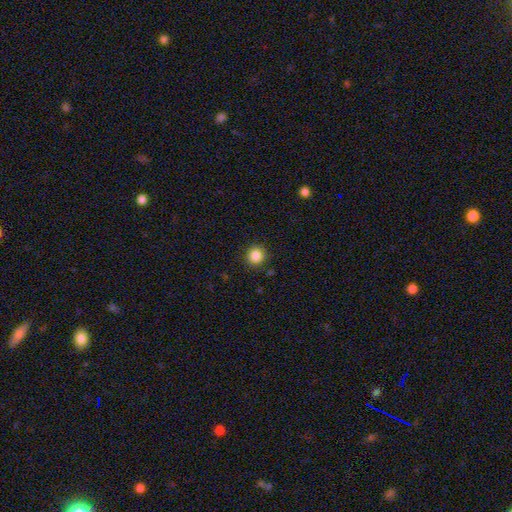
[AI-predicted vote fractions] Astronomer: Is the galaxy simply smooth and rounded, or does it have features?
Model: smooth — 86%.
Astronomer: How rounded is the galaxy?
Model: round — 92%.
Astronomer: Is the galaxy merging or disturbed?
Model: none — 90%.